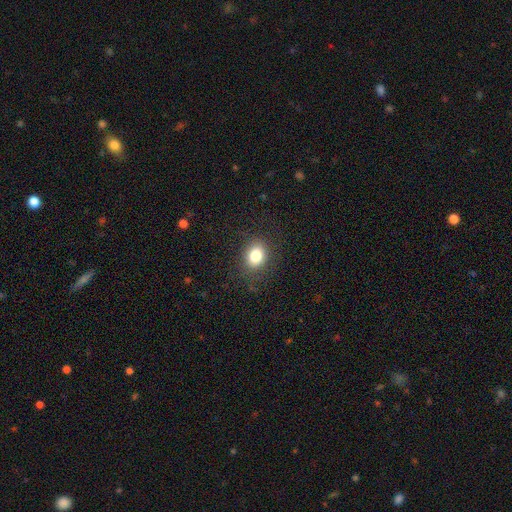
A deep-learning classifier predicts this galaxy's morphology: This appears to be a smooth galaxy with no disk features (83%) that is in between round and cigar-shaped (53%). Merging: none (84%).